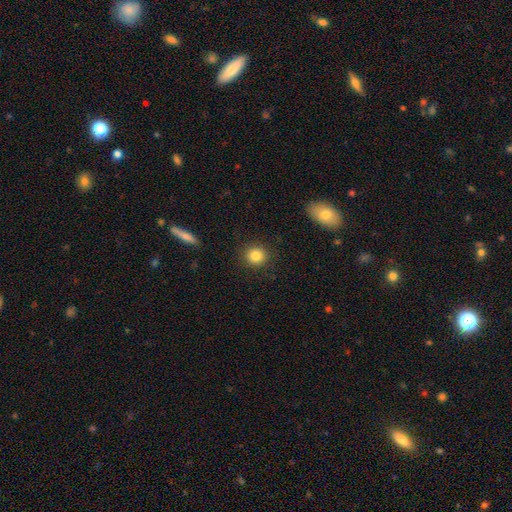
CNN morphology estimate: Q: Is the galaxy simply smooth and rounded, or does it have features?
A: smooth — 83%.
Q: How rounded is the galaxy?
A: round — 88%.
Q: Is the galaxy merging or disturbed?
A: none — 90%.